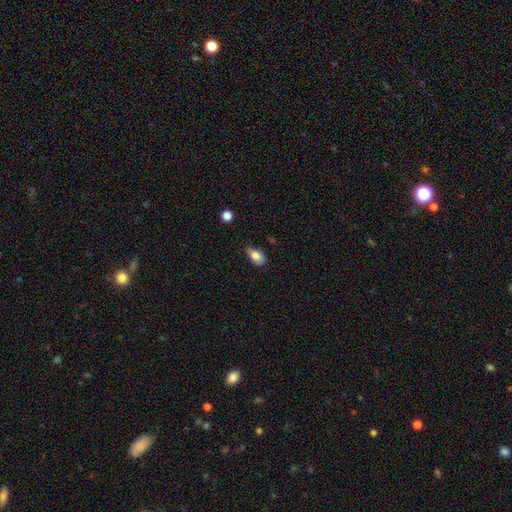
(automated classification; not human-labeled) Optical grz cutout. It shows a smooth galaxy with no disk features (83%) that is in between round and cigar-shaped (85%). Merging: none (53%).